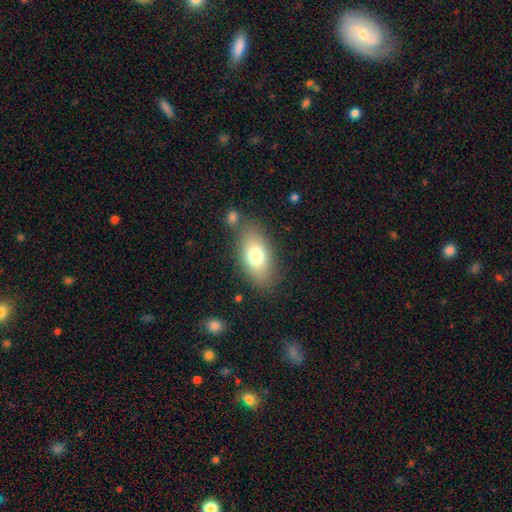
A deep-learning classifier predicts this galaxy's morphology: The model was most divided on "smooth or featured": smooth: 74%, featured or disk: 17%, star or artifact: 9%. More confident: how rounded — in between (89%); merging — none (75%).